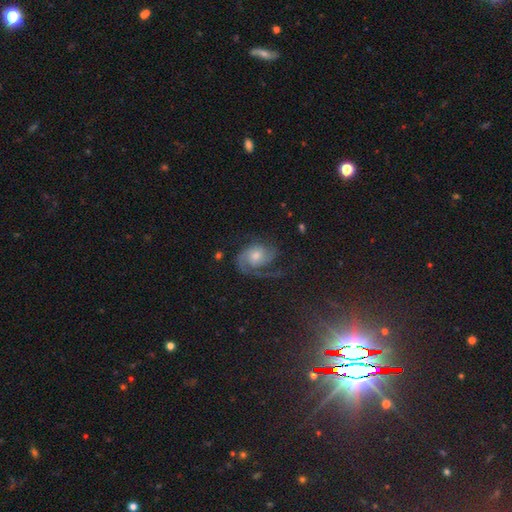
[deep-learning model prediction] Smooth or featured: featured or disk — 79% (star or artifact — 11%)
Edge-on disk: no — 98% (yes — 2%)
Bar: no — 71% (weak — 24%)
Spiral arms: yes — 96% (no — 4%)
Spiral winding: medium — 43% (tied with tight — 43%)
Spiral arm count: 2 — 59% (1 — 16%)
Bulge size: moderate — 54% (small — 36%)
Merging: none — 66% (minor disturbance — 18%)